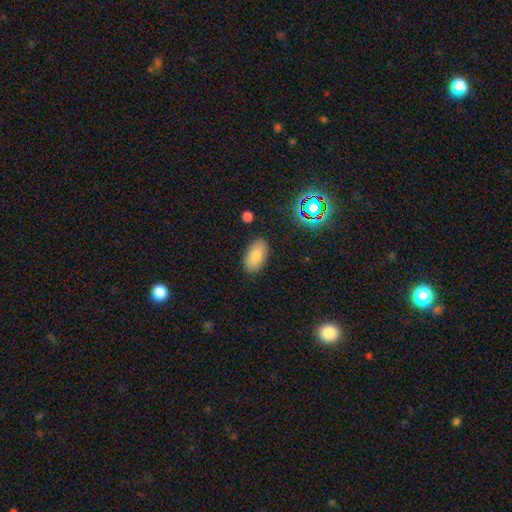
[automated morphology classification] Smooth or featured?
  - smooth: 82% *
  - star or artifact: 9%
  - featured or disk: 8%
How rounded?
  - in between: 94% *
  - round: 4%
  - cigar-shaped: 2%
Merging?
  - none: 85% *
  - minor disturbance: 11%
  - major disturbance: 3%
  - merger: 2%